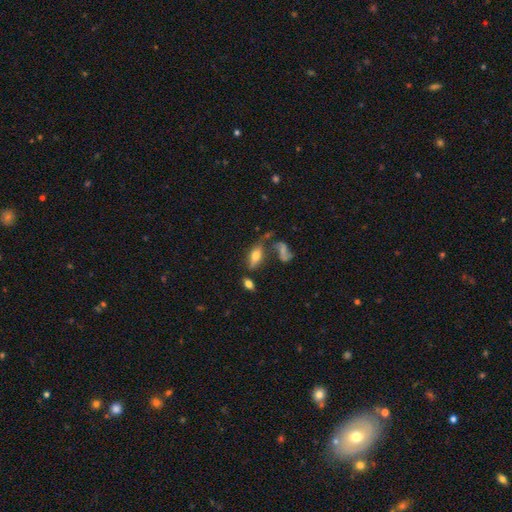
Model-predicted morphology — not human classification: smooth-or-featured: smooth: 57% | featured or disk: 32% | star or artifact: 11%
  how-rounded: in between: 73% | cigar-shaped: 22% | round: 5%
  merging: none: 50% | minor disturbance: 20% | merger: 17% | major disturbance: 13%